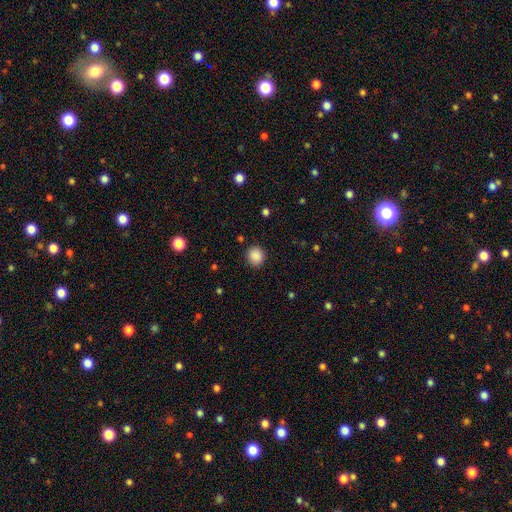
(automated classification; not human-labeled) smooth_or_featured: smooth (p=0.88) [alt: star or artifact p=0.09]
how_rounded: round (p=0.82) [alt: in between p=0.17]
merging: none (p=0.88) [alt: minor disturbance p=0.08]